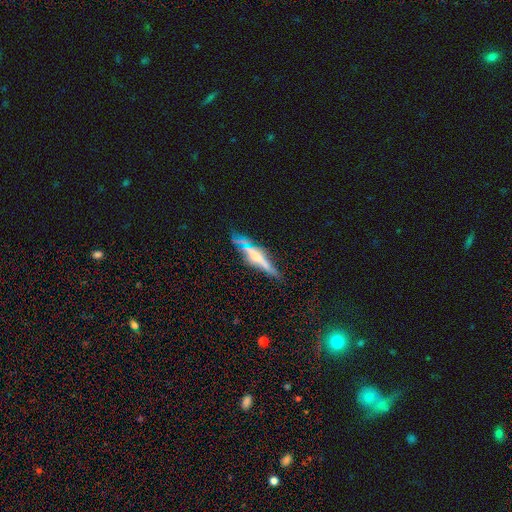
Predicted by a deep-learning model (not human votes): Morphology: type=featured or disk (66%); edge-on=yes (91%); edge-on bulge=rounded (62%); merging=none (69%).